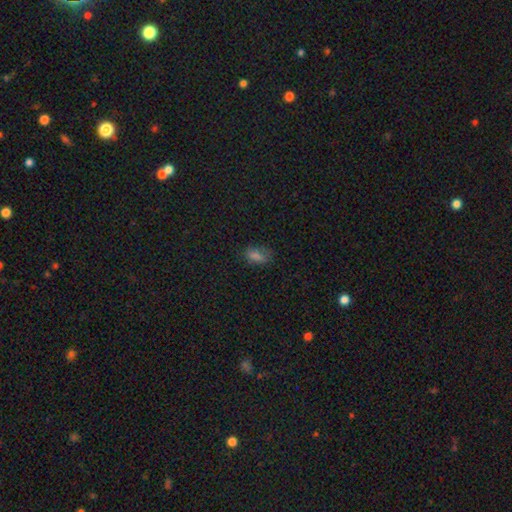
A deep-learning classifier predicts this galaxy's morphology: Smooth or featured? Predicted: smooth (p=0.68). How rounded? Predicted: in between (p=0.85). Merging? Predicted: none (p=0.69).